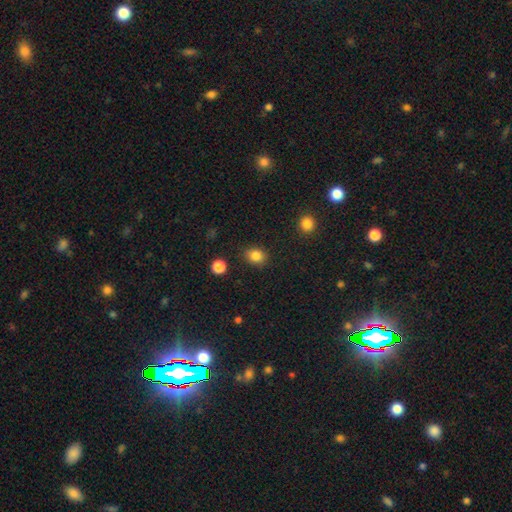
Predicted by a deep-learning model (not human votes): Smooth or featured? Predicted: smooth (p=0.84). How rounded? Predicted: round (p=0.57). Merging? Predicted: none (p=0.86).